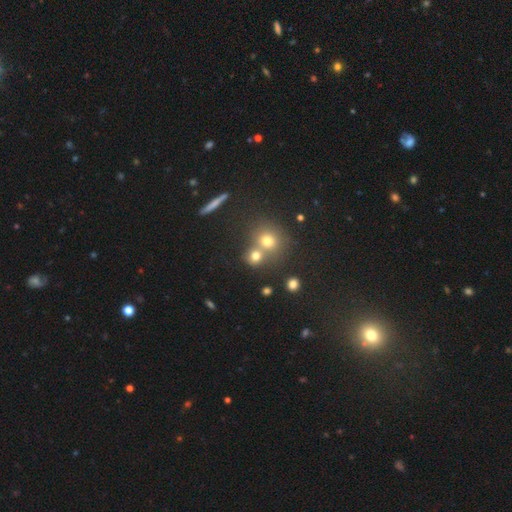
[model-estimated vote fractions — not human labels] smooth-or-featured: smooth: 70% | star or artifact: 17% | featured or disk: 12%
  how-rounded: round: 80% | in between: 18% | cigar-shaped: 2%
  merging: none: 49% | merger: 40% | minor disturbance: 8% | major disturbance: 4%